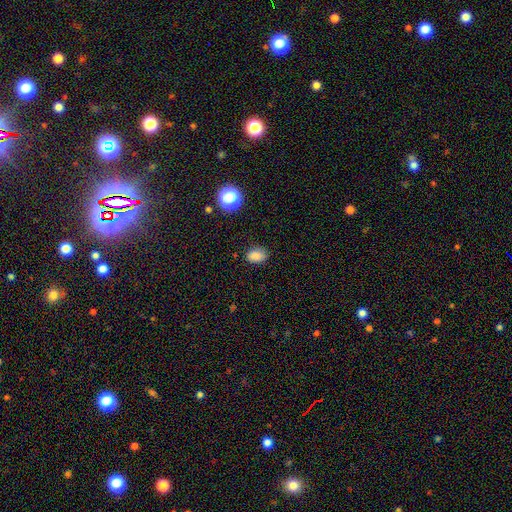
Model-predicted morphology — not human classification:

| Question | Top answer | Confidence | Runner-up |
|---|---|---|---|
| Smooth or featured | smooth | 84% | star or artifact (11%) |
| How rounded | in between | 77% | round (22%) |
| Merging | none | 81% | minor disturbance (15%) |